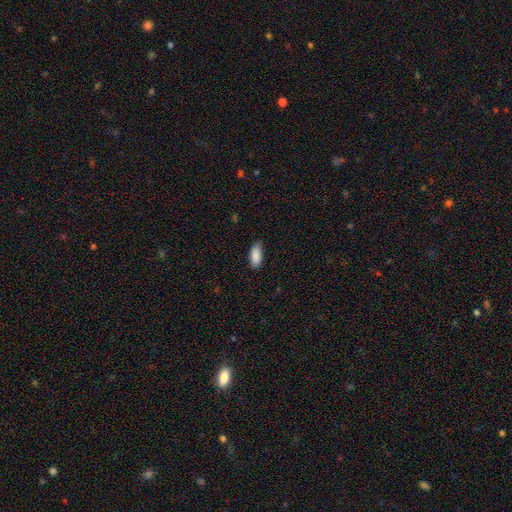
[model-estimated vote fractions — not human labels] Morphology: type=smooth (89%); roundness=in between (87%); merging=none (80%).